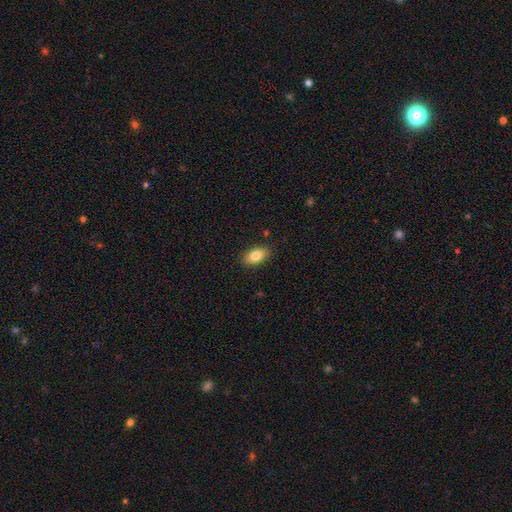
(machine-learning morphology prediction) smooth 83%, featured or disk 9%, star or artifact 7%. Down the decision tree: how rounded — in between (91%); merging — none (87%).